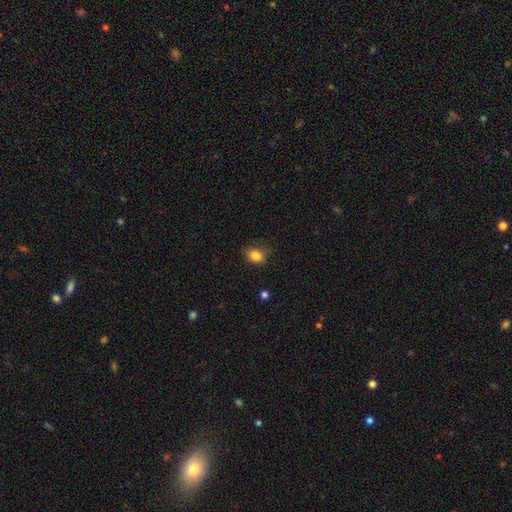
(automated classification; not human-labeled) smooth 85%, star or artifact 10%, featured or disk 5%. Down the decision tree: how rounded — in between (60%); merging — none (71%).